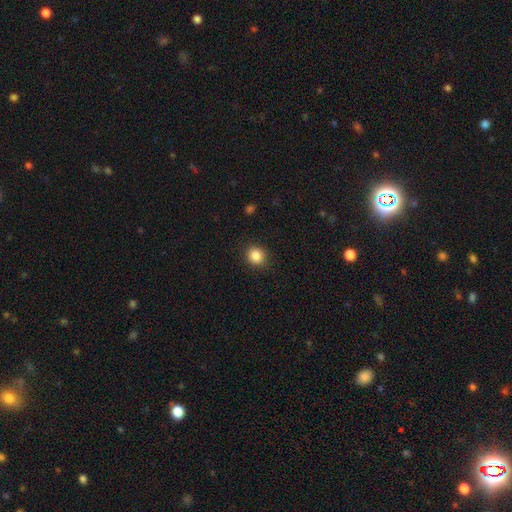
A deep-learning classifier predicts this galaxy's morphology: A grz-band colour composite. It shows a smooth galaxy with no disk features (86%) that is round (85%). Merging: none (90%).